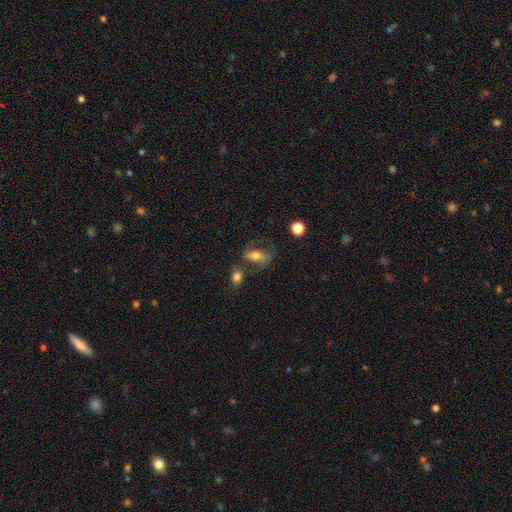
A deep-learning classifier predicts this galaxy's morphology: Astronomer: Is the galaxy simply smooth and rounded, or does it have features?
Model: smooth — 51% (runner-up: featured or disk, 39%).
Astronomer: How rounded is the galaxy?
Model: in between — 80%.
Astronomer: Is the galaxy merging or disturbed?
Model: none — 46%.